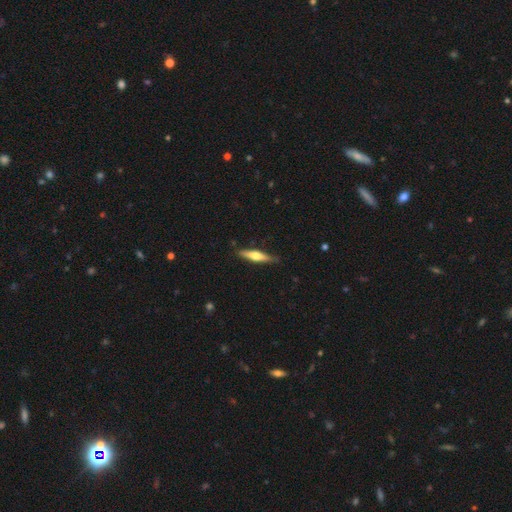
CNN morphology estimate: A featured or disk galaxy (51%) viewed edge-on (94%).

Vote fractions:
- Smooth or featured? featured or disk: 51% / smooth: 44% / star or artifact: 5%
- Edge-on disk? yes: 94% / no: 6%
- Merging? none: 83% / minor disturbance: 13% / major disturbance: 2% / merger: 1%